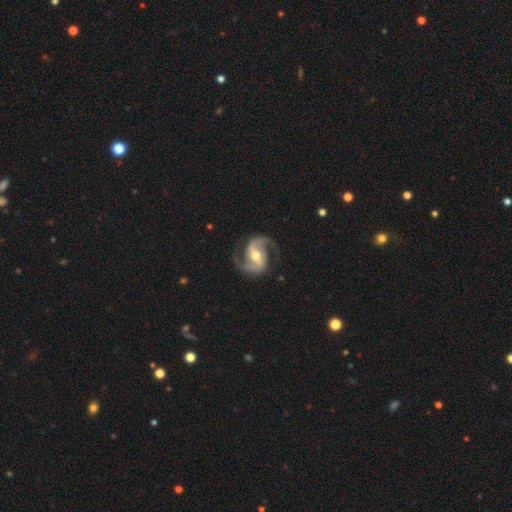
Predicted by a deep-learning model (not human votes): Smooth or featured? Predicted: featured or disk (p=0.92). Edge-on disk? Predicted: no (p=0.98). Bar? Predicted: weak (p=0.44). Spiral arms? Predicted: yes (p=0.98). Spiral winding? Predicted: medium (p=0.57). Spiral arm count? Predicted: 2 (p=0.94). Bulge size? Predicted: moderate (p=0.71). Merging? Predicted: none (p=0.81).